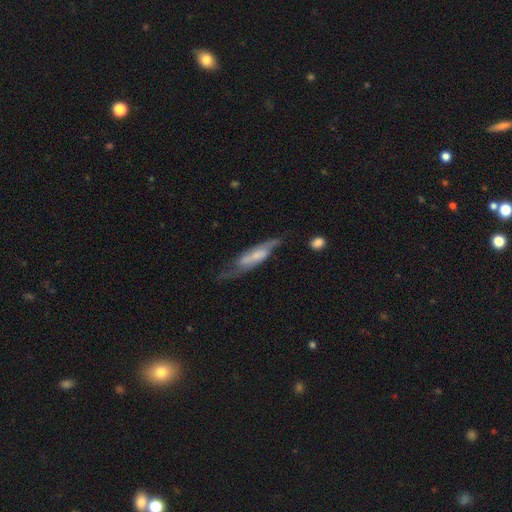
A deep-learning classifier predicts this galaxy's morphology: type=featured or disk (62%); edge-on=no (65%); merging=none (51%).